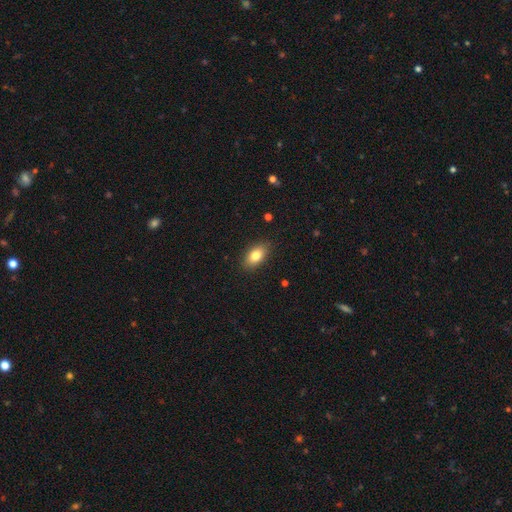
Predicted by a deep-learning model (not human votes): smooth_or_featured: smooth (p=0.81) [alt: featured or disk p=0.11]
how_rounded: in between (p=0.89) [alt: round p=0.07]
merging: none (p=0.87) [alt: minor disturbance p=0.10]